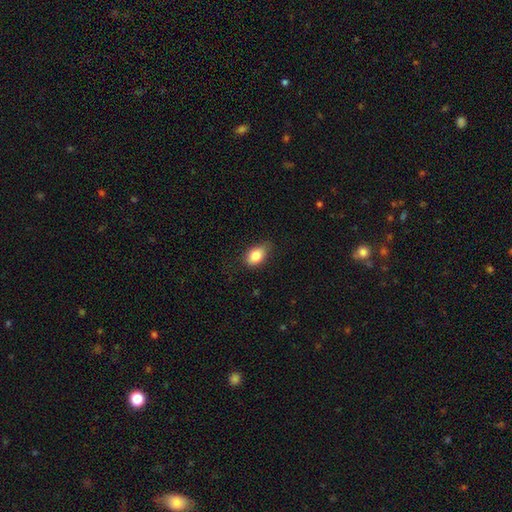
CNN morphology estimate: smooth-or-featured: smooth: 84% | featured or disk: 8% | star or artifact: 8%
  how-rounded: in between: 86% | round: 12% | cigar-shaped: 2%
  merging: none: 72% | minor disturbance: 22% | major disturbance: 5% | merger: 1%